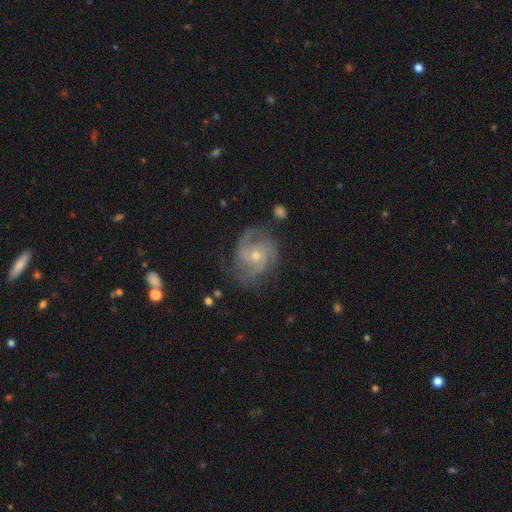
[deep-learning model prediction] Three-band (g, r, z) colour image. It shows a featured or disk galaxy (87%) with no bar (65%), 2 (37%) medium (46%) spiral arms (97%) and a small central bulge (51%). Merging: none (72%).